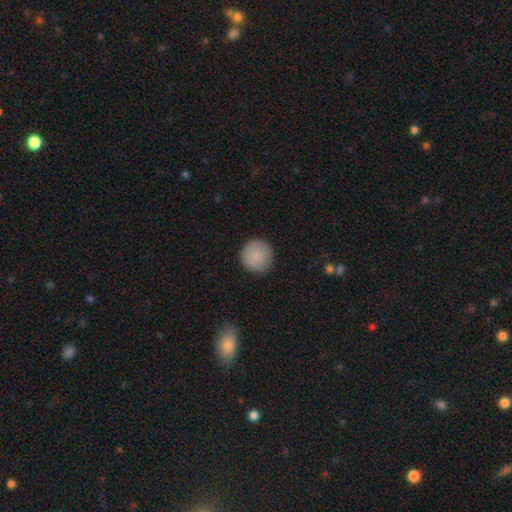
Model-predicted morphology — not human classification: Smooth or featured? Predicted: smooth (p=0.89). How rounded? Predicted: round (p=0.96). Merging? Predicted: none (p=0.91).